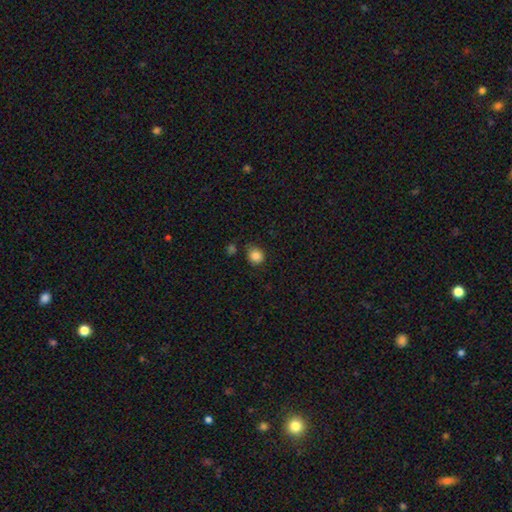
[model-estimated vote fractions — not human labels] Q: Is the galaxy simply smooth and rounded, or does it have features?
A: smooth — 85%.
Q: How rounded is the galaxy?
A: round — 81%.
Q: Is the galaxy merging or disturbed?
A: none — 76%.